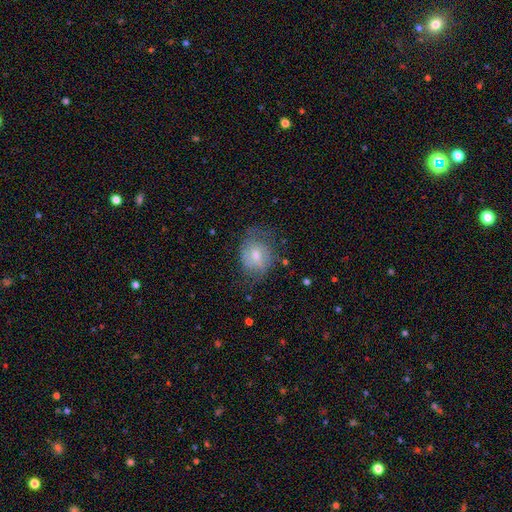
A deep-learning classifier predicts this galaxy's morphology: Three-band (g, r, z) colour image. It shows a smooth galaxy with no disk features (53%) that is in between round and cigar-shaped (53%). Merging: none (48%).